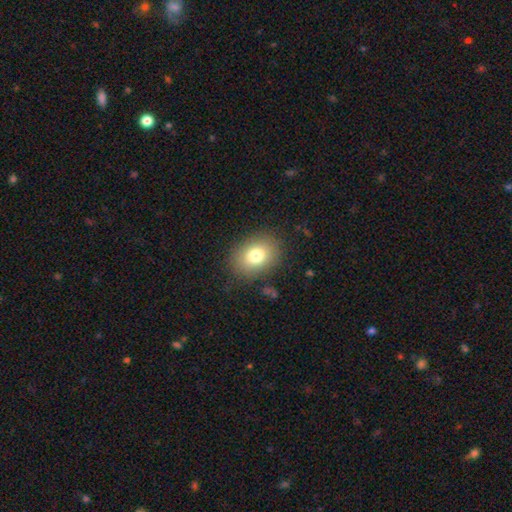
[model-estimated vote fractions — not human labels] smooth_or_featured: smooth (p=0.78) [alt: featured or disk p=0.11]
how_rounded: in between (p=0.58) [alt: round p=0.41]
merging: none (p=0.84) [alt: minor disturbance p=0.11]